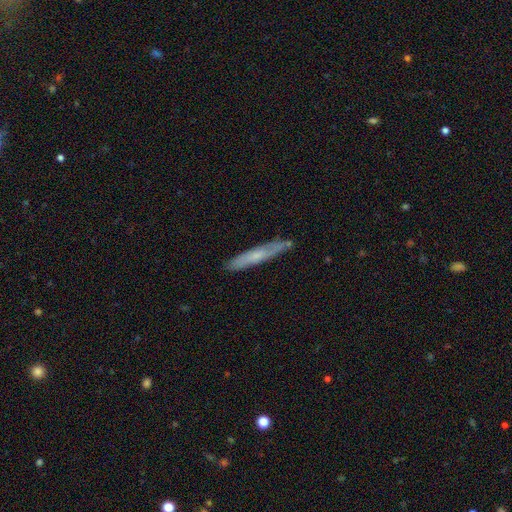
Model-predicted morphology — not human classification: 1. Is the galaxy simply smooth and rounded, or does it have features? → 54% smooth, 40% featured or disk, 6% star or artifact.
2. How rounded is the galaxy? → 93% cigar-shaped, 6% in between, 1% round.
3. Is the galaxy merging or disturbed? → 82% none, 14% minor disturbance, 2% major disturbance, 2% merger.